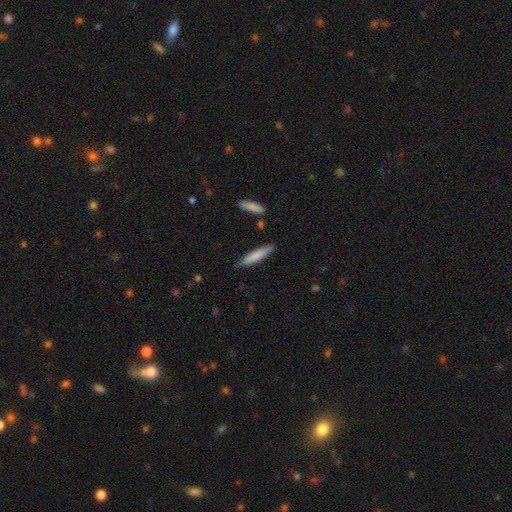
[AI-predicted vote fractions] Morphology: type=smooth (78%); roundness=cigar-shaped (84%); merging=none (84%).